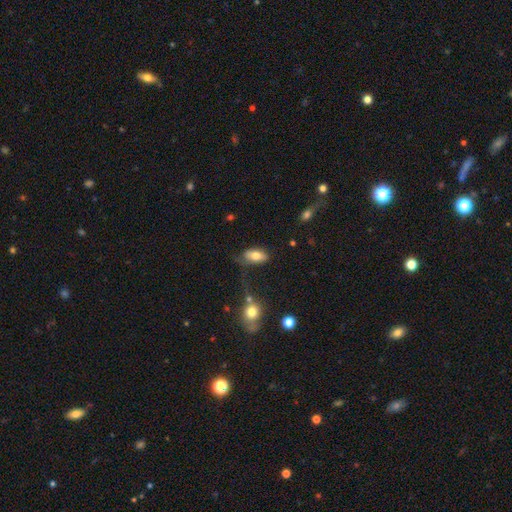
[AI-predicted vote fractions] Smooth or featured?
  - smooth: 75% *
  - featured or disk: 17%
  - star or artifact: 8%
How rounded?
  - in between: 90% *
  - cigar-shaped: 6%
  - round: 4%
Merging?
  - none: 55% *
  - minor disturbance: 26%
  - major disturbance: 13%
  - merger: 6%